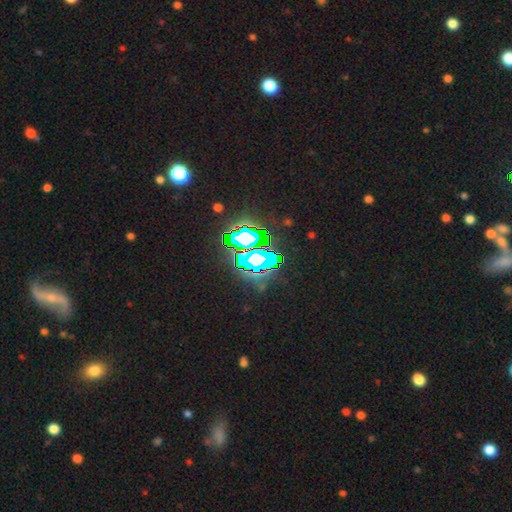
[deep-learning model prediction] This appears to be a star or artifact, not a galaxy (77%).